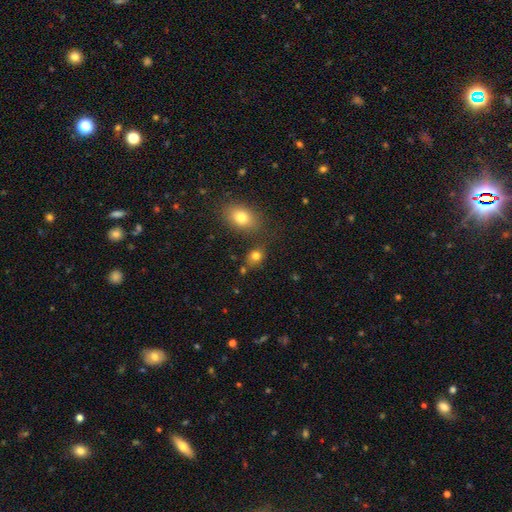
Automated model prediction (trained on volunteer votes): Smooth or featured?
  - smooth: 80% *
  - star or artifact: 13%
  - featured or disk: 8%
How rounded?
  - in between: 55% *
  - round: 44%
  - cigar-shaped: 2%
Merging?
  - none: 69% *
  - minor disturbance: 14%
  - merger: 12%
  - major disturbance: 5%